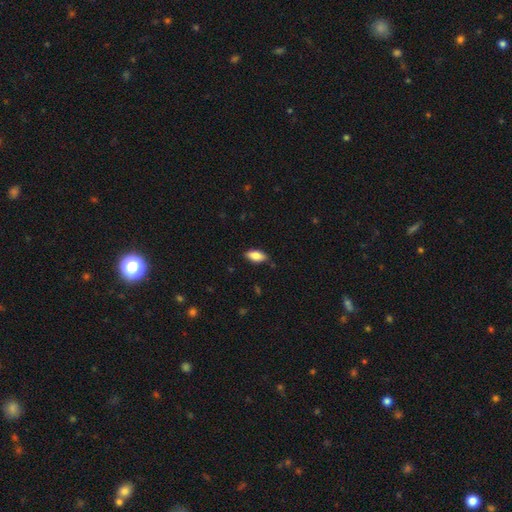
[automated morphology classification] smooth_or_featured: smooth (p=0.82) [alt: featured or disk p=0.11]
how_rounded: in between (p=0.89) [alt: cigar-shaped p=0.08]
merging: none (p=0.84) [alt: minor disturbance p=0.13]